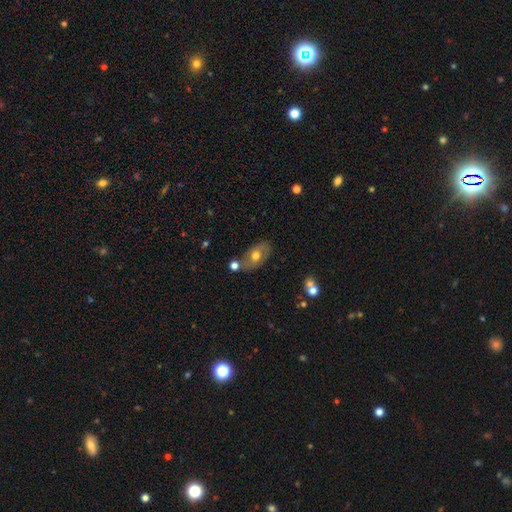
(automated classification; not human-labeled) Smooth or featured?
  - smooth: 59% *
  - featured or disk: 33%
  - star or artifact: 8%
How rounded?
  - in between: 87% *
  - round: 11%
  - cigar-shaped: 2%
Merging?
  - none: 67% *
  - minor disturbance: 17%
  - merger: 12%
  - major disturbance: 5%